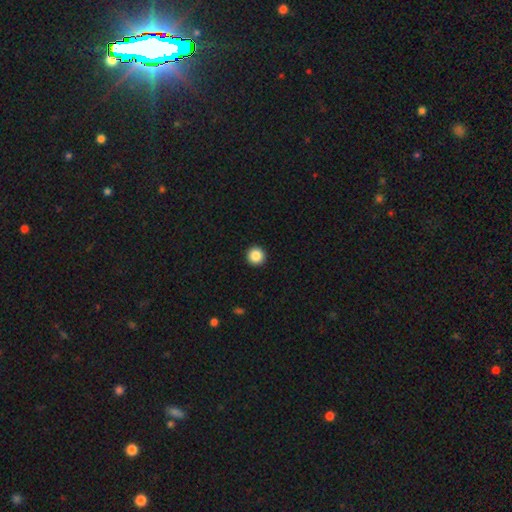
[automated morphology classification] Smooth or featured: smooth — 87% (star or artifact — 9%)
How rounded: round — 97% (in between — 2%)
Merging: none — 94% (minor disturbance — 3%)